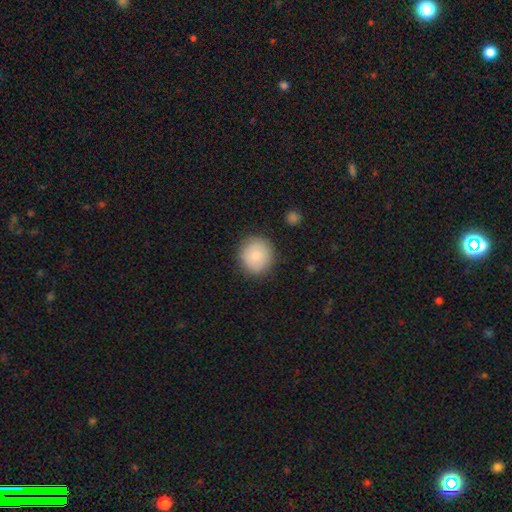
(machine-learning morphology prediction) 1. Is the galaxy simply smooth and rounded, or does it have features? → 82% smooth, 10% featured or disk, 7% star or artifact.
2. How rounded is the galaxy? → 90% round, 9% in between, 1% cigar-shaped.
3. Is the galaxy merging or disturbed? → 88% none, 9% minor disturbance, 3% major disturbance, 1% merger.